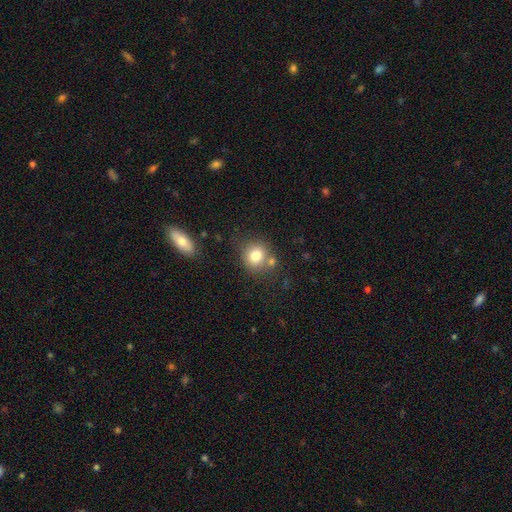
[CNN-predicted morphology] Smooth or featured?
  - smooth: 79% *
  - star or artifact: 11%
  - featured or disk: 10%
How rounded?
  - round: 81% *
  - in between: 19%
  - cigar-shaped: 1%
Merging?
  - none: 67% *
  - merger: 16%
  - minor disturbance: 13%
  - major disturbance: 4%